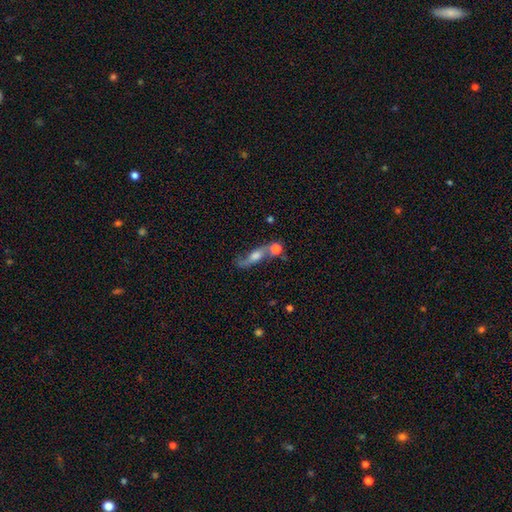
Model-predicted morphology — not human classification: Smooth or featured?
  - featured or disk: 53% *
  - smooth: 35%
  - star or artifact: 11%
Edge-on disk?
  - no: 62% *
  - yes: 38%
Merging?
  - none: 38% * (tied)
  - merger: 38% * (tied)
  - minor disturbance: 13%
  - major disturbance: 11%